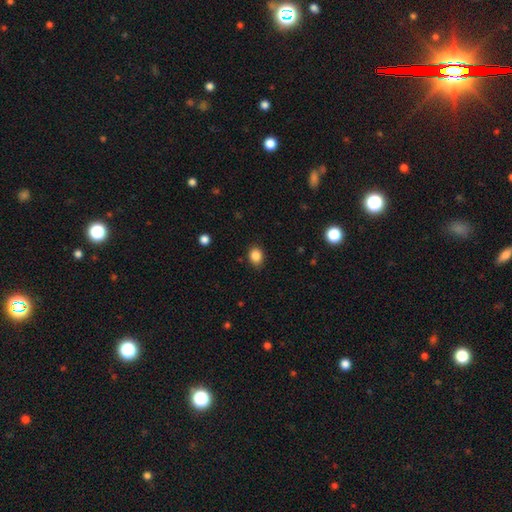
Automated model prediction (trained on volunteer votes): Smooth or featured?
  - smooth: 86% *
  - star or artifact: 10%
  - featured or disk: 4%
How rounded?
  - round: 50% *
  - in between: 49%
  - cigar-shaped: 1%
Merging?
  - none: 86% *
  - minor disturbance: 10%
  - major disturbance: 2%
  - merger: 1%